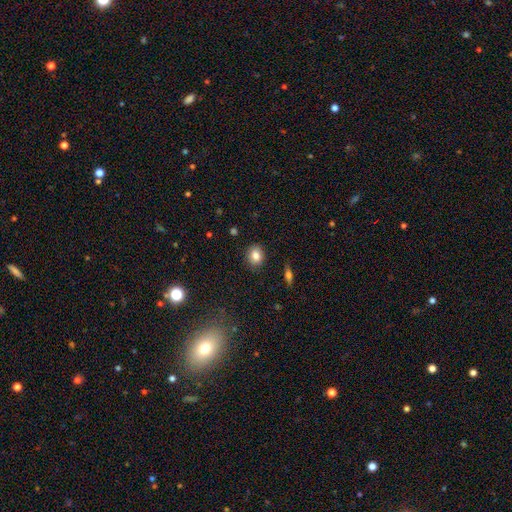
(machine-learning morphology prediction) smooth_or_featured: smooth (p=0.82) [alt: star or artifact p=0.10]
how_rounded: round (p=0.65) [alt: in between p=0.34]
merging: none (p=0.88) [alt: minor disturbance p=0.09]